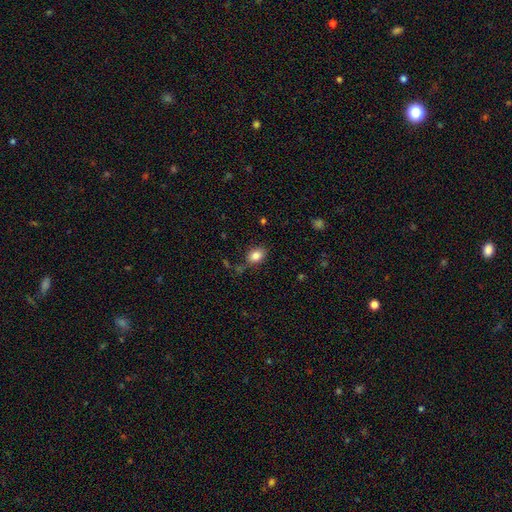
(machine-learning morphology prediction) type=smooth (84%); roundness=in between (72%); merging=none (77%).